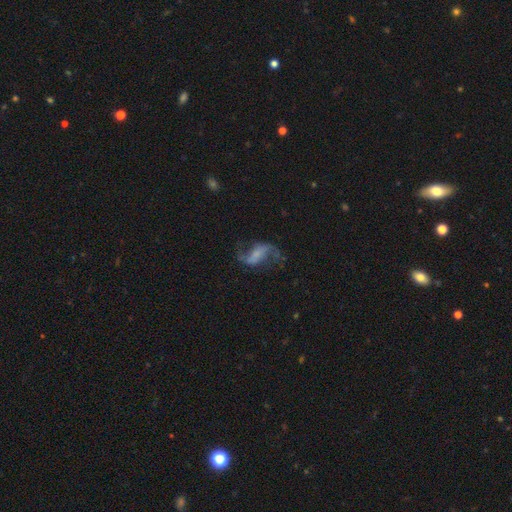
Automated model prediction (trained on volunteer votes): smooth_or_featured: featured or disk (p=0.77) [alt: smooth p=0.14]
disk_edge_on: no (p=0.96) [alt: yes p=0.04]
bar: weak (p=0.40) [alt: strong p=0.31]
has_spiral_arms: yes (p=0.92) [alt: no p=0.08]
spiral_winding: loose (p=0.78) [alt: medium p=0.18]
spiral_arm_count: 2 (p=0.91) [alt: 1 p=0.03]
bulge_size: none (p=0.47) [alt: small p=0.29]
merging: none (p=0.63) [alt: major disturbance p=0.18]